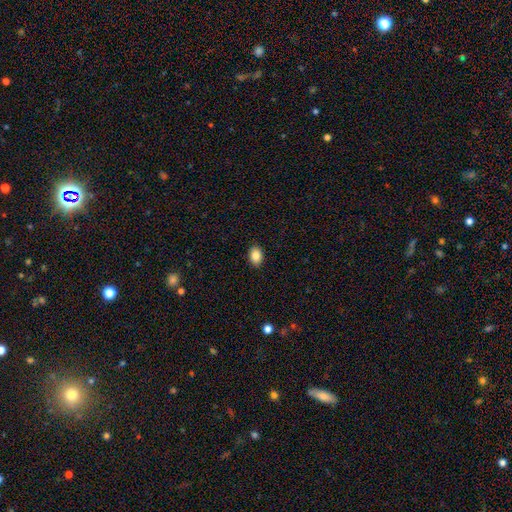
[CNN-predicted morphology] Smooth or featured: smooth — 87% (star or artifact — 8%)
How rounded: in between — 80% (round — 19%)
Merging: none — 90% (minor disturbance — 8%)